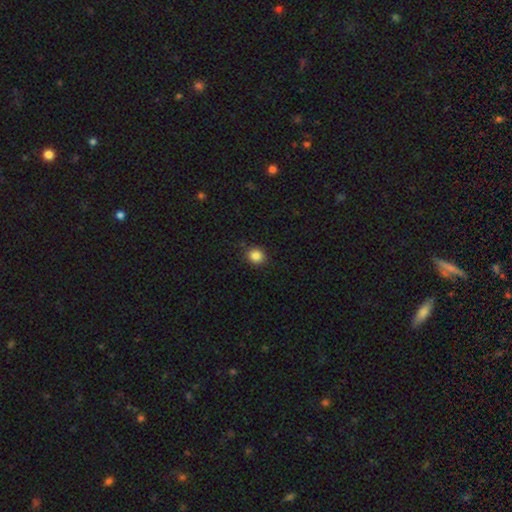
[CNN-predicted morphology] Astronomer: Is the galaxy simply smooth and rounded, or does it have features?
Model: smooth — 85%.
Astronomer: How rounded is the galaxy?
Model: round — 84%.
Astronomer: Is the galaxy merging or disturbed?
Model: none — 89%.